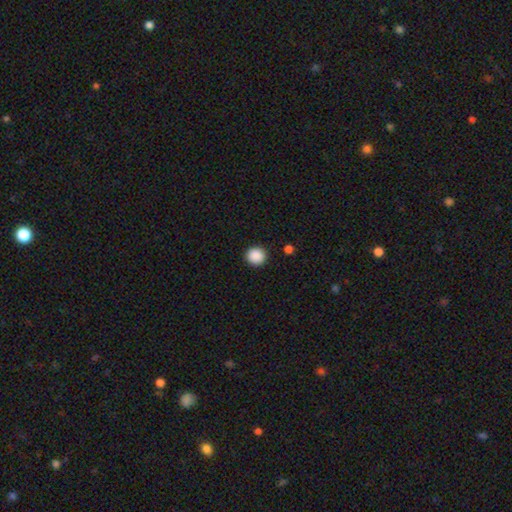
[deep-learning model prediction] The model was most divided on "smooth or featured": smooth: 89%, star or artifact: 9%, featured or disk: 2%. More confident: how rounded — round (93%); merging — none (92%).